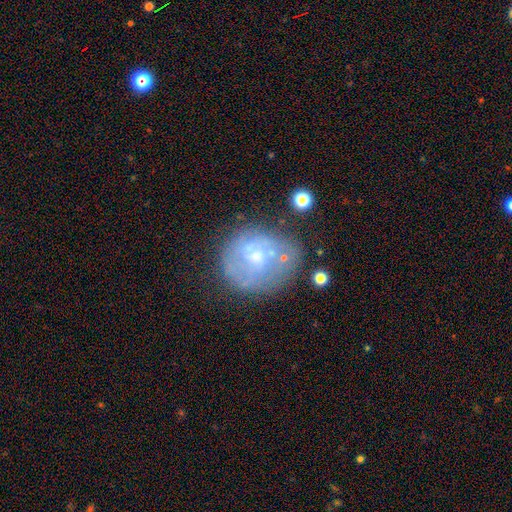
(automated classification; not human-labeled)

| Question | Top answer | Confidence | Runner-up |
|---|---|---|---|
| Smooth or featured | featured or disk | 52% | smooth (38%) |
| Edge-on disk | no | 97% | yes (3%) |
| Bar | no | 74% | weak (22%) |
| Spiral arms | no | 54% | yes (46%) |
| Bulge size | small | 47% | moderate (37%) |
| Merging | none | 54% | minor disturbance (23%) |